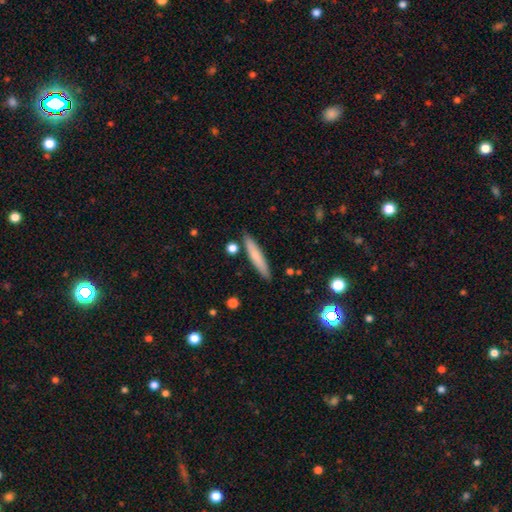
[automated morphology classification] A smooth galaxy with no disk features (72%) that is cigar-shaped (91%).

Vote fractions:
- Smooth or featured? smooth: 72% / featured or disk: 21% / star or artifact: 7%
- How rounded? cigar-shaped: 91% / in between: 8% / round: 1%
- Merging? none: 85% / minor disturbance: 9% / merger: 3% / major disturbance: 2%